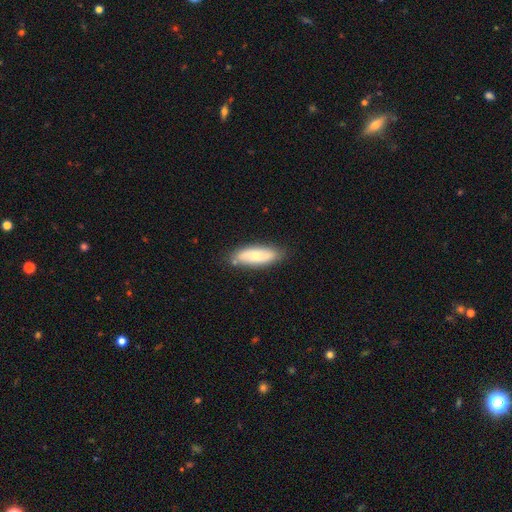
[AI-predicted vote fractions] smooth_or_featured: smooth (p=0.64) [alt: featured or disk p=0.30]
how_rounded: in between (p=0.63) [alt: cigar-shaped p=0.35]
merging: none (p=0.80) [alt: minor disturbance p=0.14]